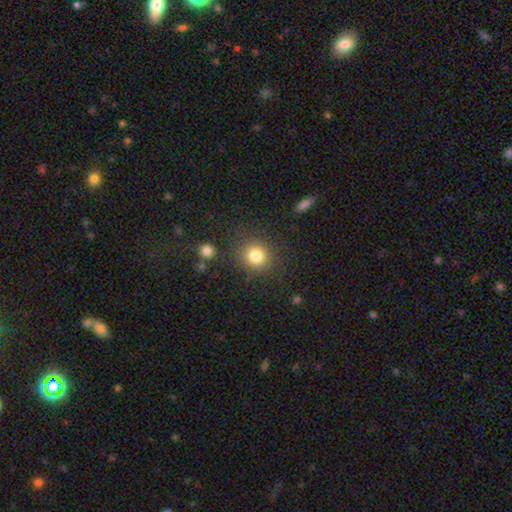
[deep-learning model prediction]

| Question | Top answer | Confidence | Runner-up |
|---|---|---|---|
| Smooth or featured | smooth | 82% | star or artifact (12%) |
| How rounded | round | 89% | in between (10%) |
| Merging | none | 84% | minor disturbance (9%) |